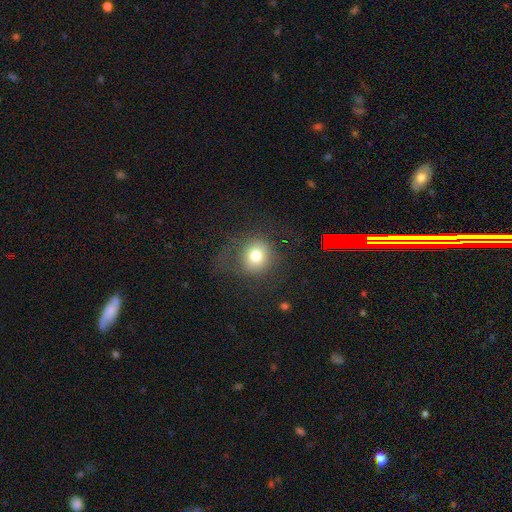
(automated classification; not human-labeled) Smooth or featured?
  - smooth: 75% *
  - star or artifact: 14%
  - featured or disk: 11%
How rounded?
  - round: 86% *
  - in between: 13%
  - cigar-shaped: 1%
Merging?
  - none: 71% *
  - minor disturbance: 14%
  - major disturbance: 14%
  - merger: 1%